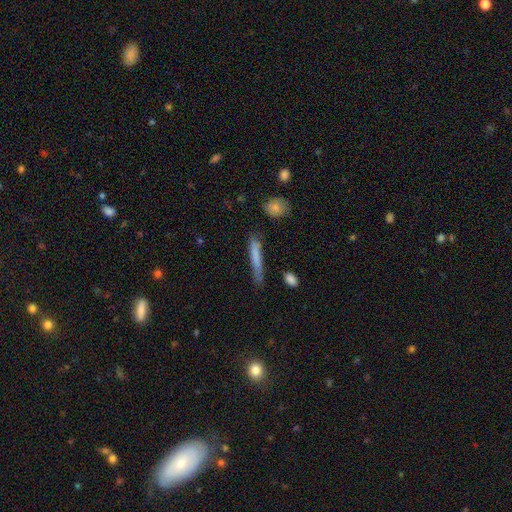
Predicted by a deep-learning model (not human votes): The model was most divided on "merging": none: 70%, minor disturbance: 22%, major disturbance: 5%, merger: 3%. More confident: how rounded — cigar-shaped (93%); smooth or featured — smooth (71%).